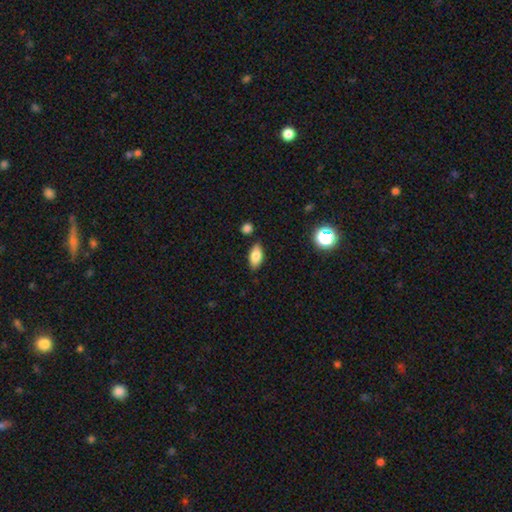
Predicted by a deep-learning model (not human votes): Smooth or featured?
  - smooth: 79% *
  - featured or disk: 12%
  - star or artifact: 9%
How rounded?
  - in between: 88% *
  - cigar-shaped: 7%
  - round: 5%
Merging?
  - none: 82% *
  - minor disturbance: 12%
  - merger: 4%
  - major disturbance: 2%